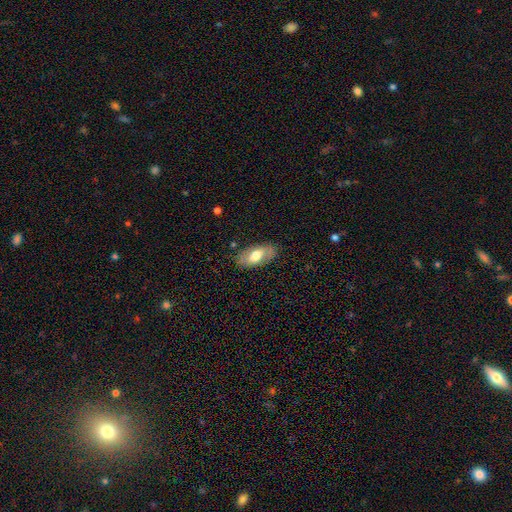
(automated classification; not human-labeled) Smooth or featured? smooth (56%)
How rounded? in between (90%)
Merging? none (81%)